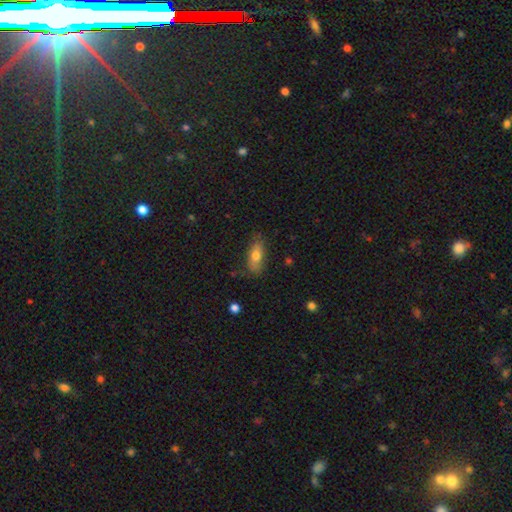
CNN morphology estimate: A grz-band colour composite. It shows a smooth galaxy with no disk features (70%) that is in between round and cigar-shaped (74%). Merging: none (76%).